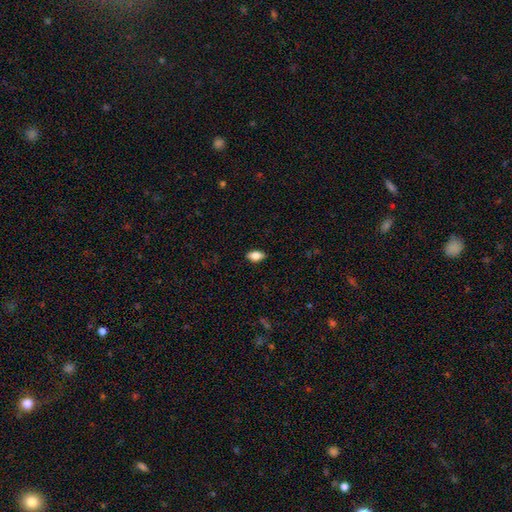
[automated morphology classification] This appears to be a smooth galaxy with no disk features (83%) that is in between round and cigar-shaped (90%). Merging: none (86%).